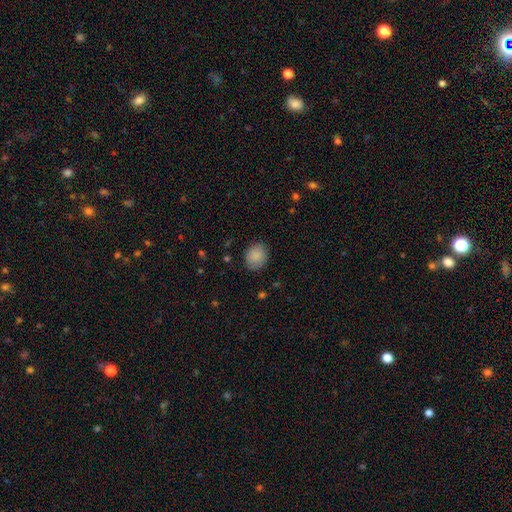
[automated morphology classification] Smooth or featured: smooth — 88% (star or artifact — 7%)
How rounded: round — 66% (in between — 33%)
Merging: none — 84% (minor disturbance — 12%)